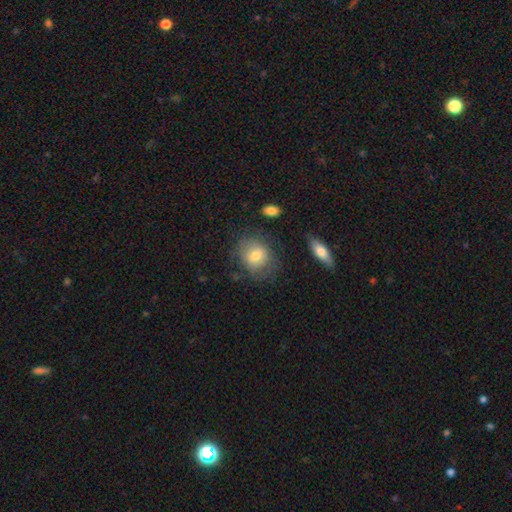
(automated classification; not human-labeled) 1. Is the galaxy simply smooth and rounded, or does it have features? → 67% smooth, 25% featured or disk, 8% star or artifact.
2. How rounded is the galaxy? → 65% round, 34% in between, 1% cigar-shaped.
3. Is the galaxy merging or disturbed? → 63% none, 22% minor disturbance, 12% major disturbance, 3% merger.